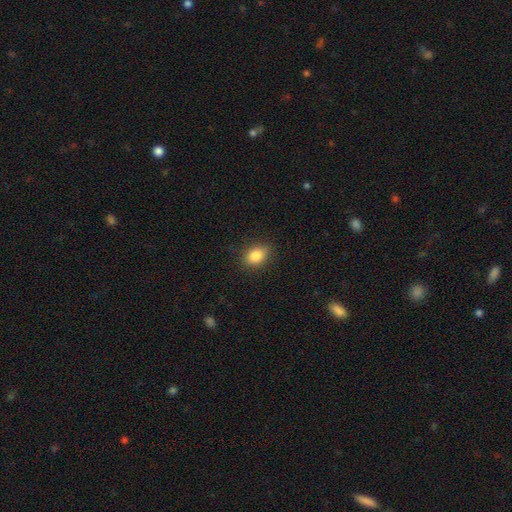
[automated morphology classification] type=smooth (86%); roundness=in between (72%); merging=none (85%).